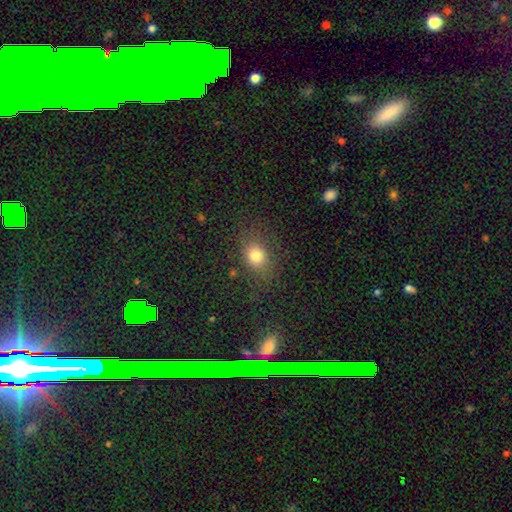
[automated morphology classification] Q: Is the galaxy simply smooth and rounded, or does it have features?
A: smooth — 75%.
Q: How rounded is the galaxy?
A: round — 55%.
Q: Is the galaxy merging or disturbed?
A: none — 78%.